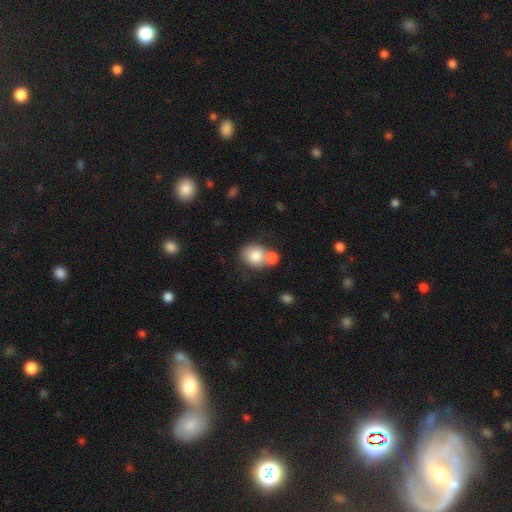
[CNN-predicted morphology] Overall: smooth (78%). How rounded: round (62%; in between 37%). Merging: none (43%, tied with merger).